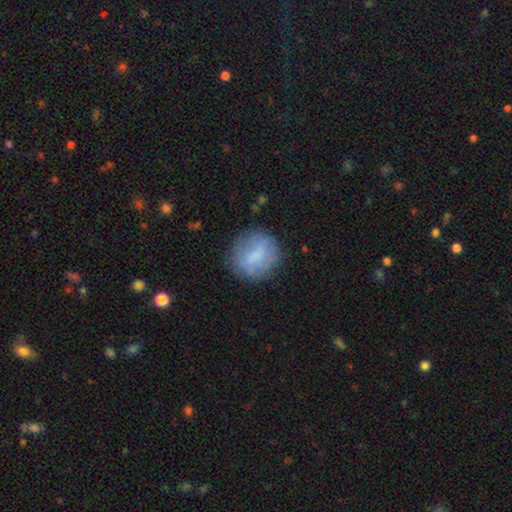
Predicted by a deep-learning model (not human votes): Smooth or featured?
  - smooth: 65% *
  - featured or disk: 26%
  - star or artifact: 9%
How rounded?
  - round: 82% *
  - in between: 17%
  - cigar-shaped: 2%
Merging?
  - none: 76% *
  - minor disturbance: 16%
  - major disturbance: 6%
  - merger: 2%